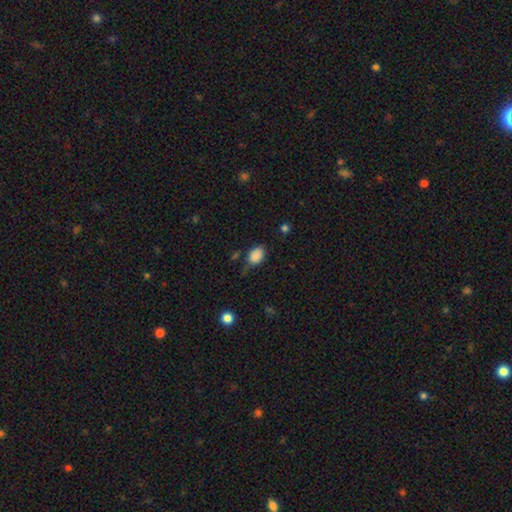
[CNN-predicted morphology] The model was most divided on "merging": none: 58%, minor disturbance: 29%, major disturbance: 9%, merger: 4%. More confident: smooth or featured — smooth (86%); how rounded — in between (69%).